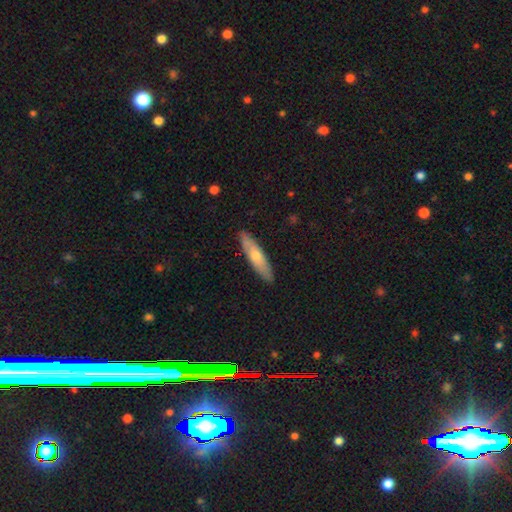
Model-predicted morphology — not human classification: smooth 59%, featured or disk 36%, star or artifact 5%. Down the decision tree: how rounded — cigar-shaped (76%); merging — none (89%).